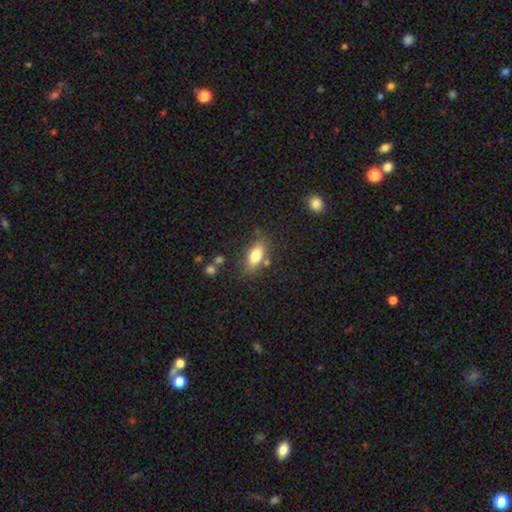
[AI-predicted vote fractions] Smooth or featured: smooth — 78% (featured or disk — 14%)
How rounded: in between — 85% (cigar-shaped — 9%)
Merging: none — 76% (minor disturbance — 14%)